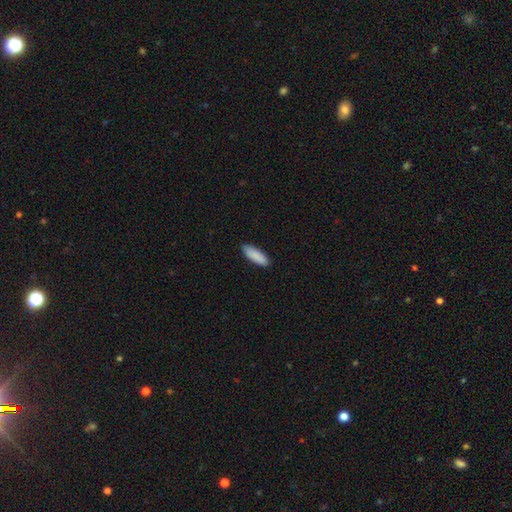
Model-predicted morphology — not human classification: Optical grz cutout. It shows a smooth galaxy with no disk features (90%) that is in between round and cigar-shaped (62%). Merging: none (89%).